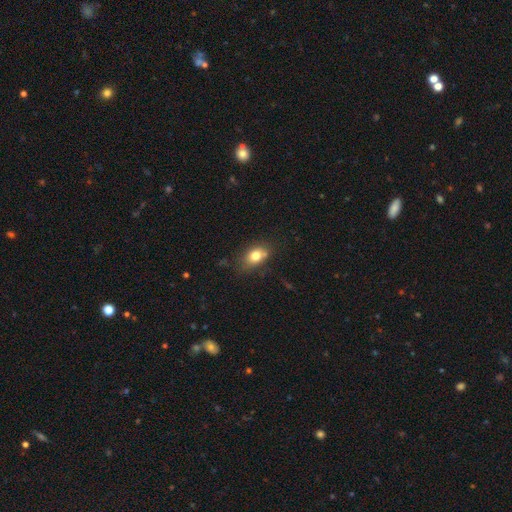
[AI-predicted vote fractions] A smooth galaxy with no disk features (77%) that is in between round and cigar-shaped (72%). Merging: none (64%).